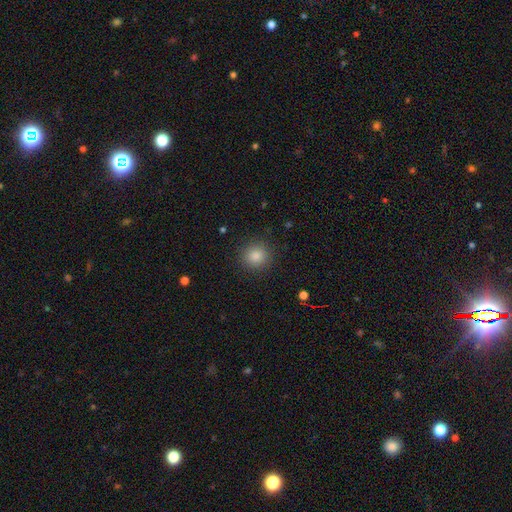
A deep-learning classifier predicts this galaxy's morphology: The model was most divided on "smooth or featured": smooth: 83%, star or artifact: 13%, featured or disk: 5%. More confident: how rounded — round (91%); merging — none (91%).